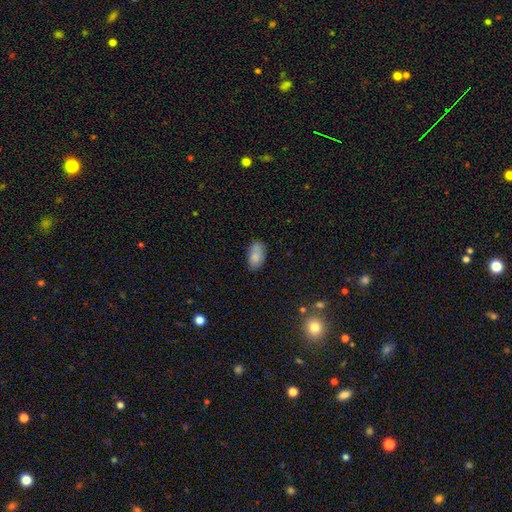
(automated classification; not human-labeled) smooth 83%, featured or disk 9%, star or artifact 8%. Down the decision tree: how rounded — in between (93%); merging — none (73%).